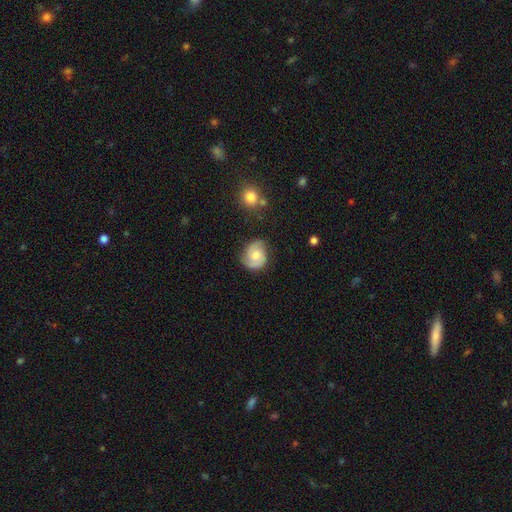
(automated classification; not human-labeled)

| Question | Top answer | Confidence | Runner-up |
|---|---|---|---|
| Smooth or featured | featured or disk | 67% | smooth (26%) |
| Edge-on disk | no | 98% | yes (2%) |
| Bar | no | 62% | weak (33%) |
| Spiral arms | yes | 93% | no (7%) |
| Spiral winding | medium | 47% | tight (35%) |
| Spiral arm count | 2 | 86% | can't tell (7%) |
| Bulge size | moderate | 59% | small (30%) |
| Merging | none | 74% | minor disturbance (18%) |